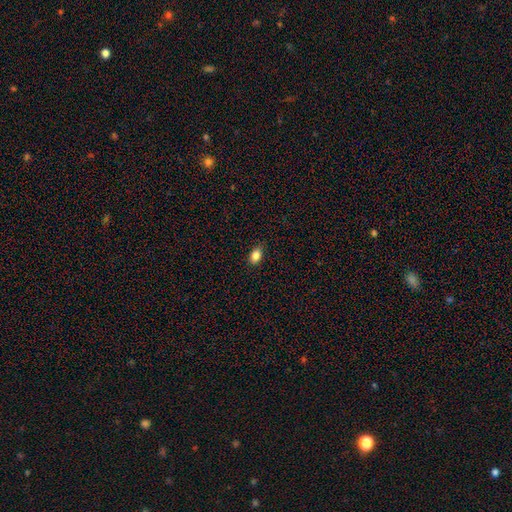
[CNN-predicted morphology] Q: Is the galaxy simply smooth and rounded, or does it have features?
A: smooth — 85%.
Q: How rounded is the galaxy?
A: in between — 85%.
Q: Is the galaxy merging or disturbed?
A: none — 85%.